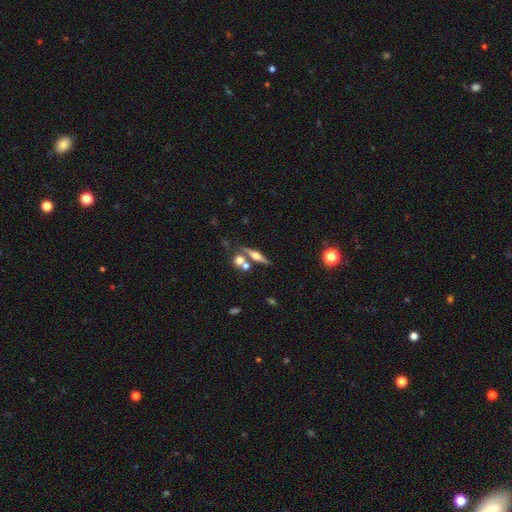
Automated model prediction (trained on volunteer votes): Smooth or featured? featured or disk (67%)
Edge-on disk? yes (95%)
Edge-on bulge? rounded (94%)
Merging? none (69%)